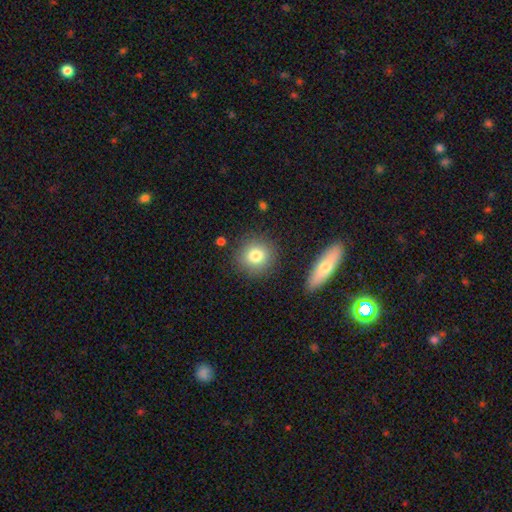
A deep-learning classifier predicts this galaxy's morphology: Overall: smooth (80%). How rounded: round (88%). Merging: none (86%).